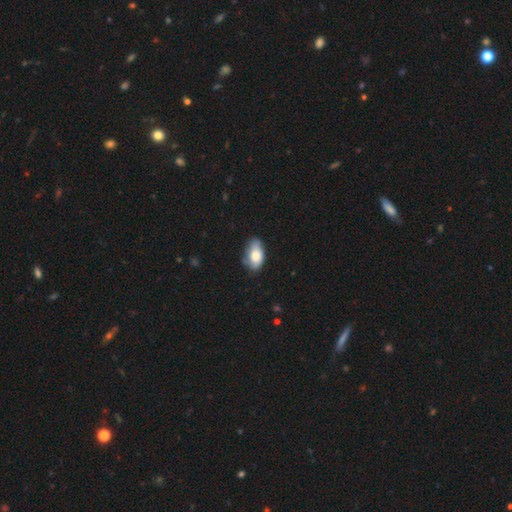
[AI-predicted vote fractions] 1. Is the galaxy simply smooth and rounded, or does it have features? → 75% smooth, 18% featured or disk, 7% star or artifact.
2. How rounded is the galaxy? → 92% in between, 5% round, 2% cigar-shaped.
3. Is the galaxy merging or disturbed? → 57% none, 33% minor disturbance, 8% major disturbance, 2% merger.